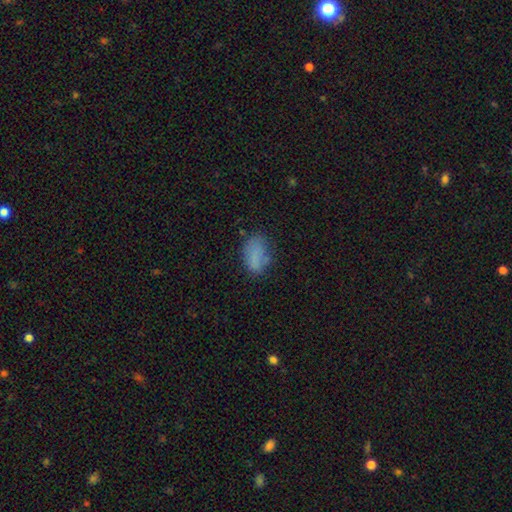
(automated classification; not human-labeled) The model was most divided on "merging": none: 60%, minor disturbance: 25%, major disturbance: 10%, merger: 4%. More confident: how rounded — in between (90%); smooth or featured — smooth (77%).